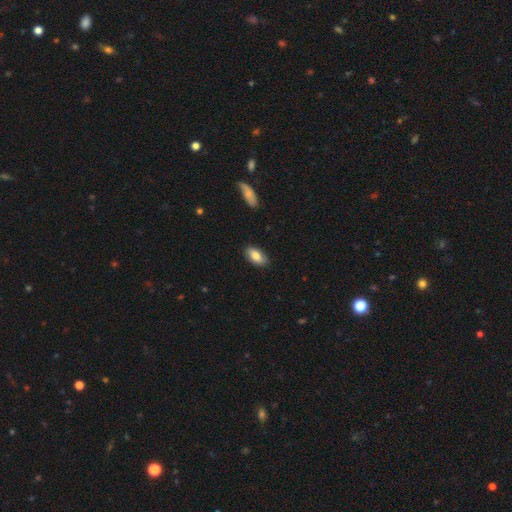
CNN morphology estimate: The model was most divided on "smooth or featured": smooth: 80%, featured or disk: 13%, star or artifact: 6%. More confident: how rounded — in between (93%); merging — none (86%).